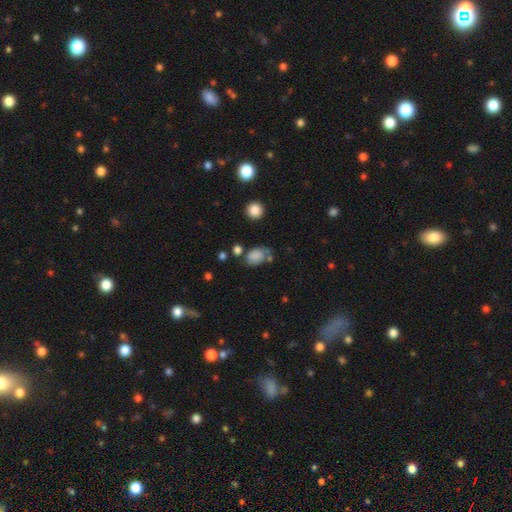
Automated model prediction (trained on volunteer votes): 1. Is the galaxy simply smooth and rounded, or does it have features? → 70% smooth, 19% featured or disk, 10% star or artifact.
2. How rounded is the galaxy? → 73% in between, 25% round, 1% cigar-shaped.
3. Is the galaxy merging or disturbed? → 43% none, 28% minor disturbance, 16% major disturbance, 12% merger.